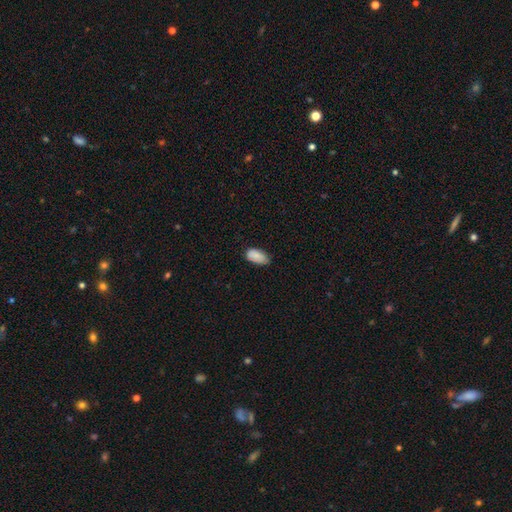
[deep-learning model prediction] The model was most divided on "merging": none: 63%, minor disturbance: 31%, major disturbance: 5%, merger: 2%. More confident: how rounded — in between (94%); smooth or featured — smooth (85%).